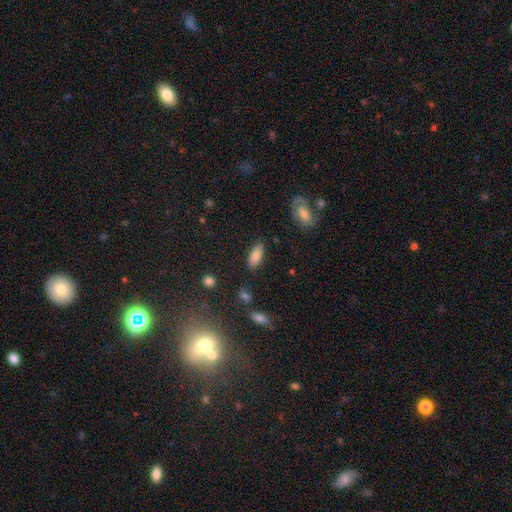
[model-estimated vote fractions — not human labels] This appears to be a smooth galaxy with no disk features (83%) that is in between round and cigar-shaped (78%). Merging: none (84%).